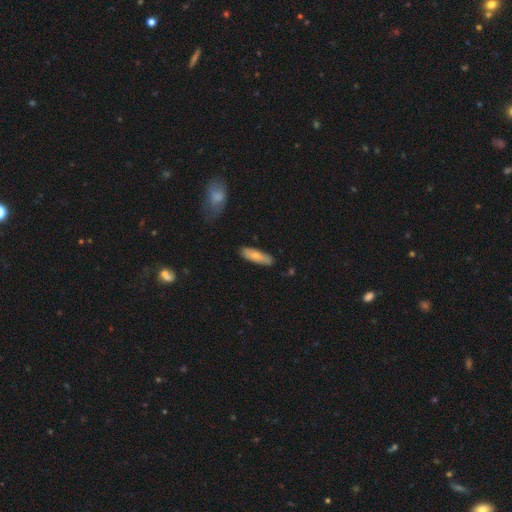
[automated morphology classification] A smooth galaxy with no disk features (70%) that is cigar-shaped (53%).

Vote fractions:
- Smooth or featured? smooth: 70% / featured or disk: 24% / star or artifact: 6%
- How rounded? cigar-shaped: 53% / in between: 45% / round: 2%
- Merging? none: 82% / minor disturbance: 14% / major disturbance: 2% / merger: 2%